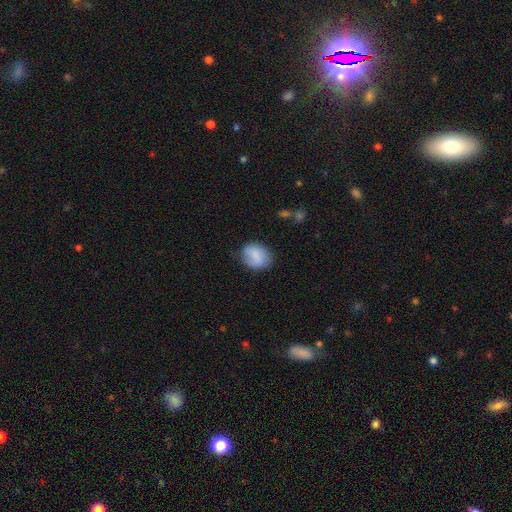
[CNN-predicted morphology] Smooth or featured? Predicted: smooth (p=0.79). How rounded? Predicted: in between (p=0.53). Merging? Predicted: none (p=0.72).